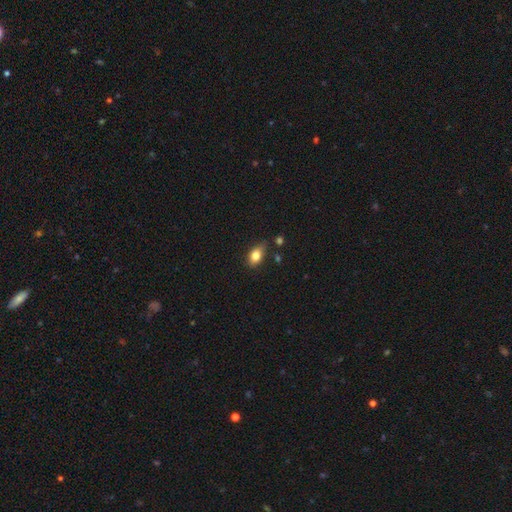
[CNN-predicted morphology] A smooth galaxy with no disk features (81%) that is in between round and cigar-shaped (85%).

Vote fractions:
- Smooth or featured? smooth: 81% / featured or disk: 11% / star or artifact: 8%
- How rounded? in between: 85% / round: 11% / cigar-shaped: 4%
- Merging? none: 69% / minor disturbance: 22% / merger: 5% / major disturbance: 4%